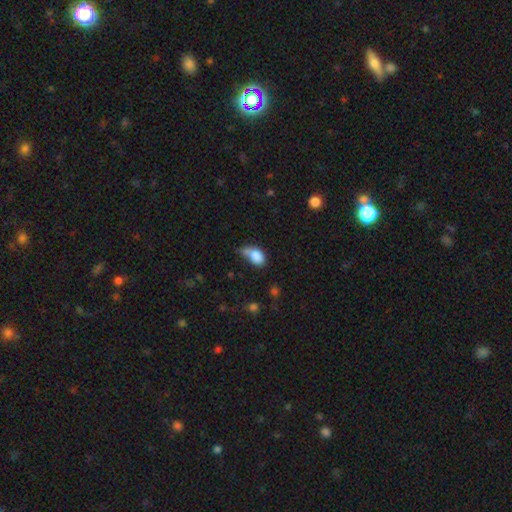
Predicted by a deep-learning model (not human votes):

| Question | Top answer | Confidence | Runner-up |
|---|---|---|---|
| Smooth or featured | smooth | 82% | featured or disk (9%) |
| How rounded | in between | 82% | round (16%) |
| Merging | none | 32% | minor disturbance (29%) |